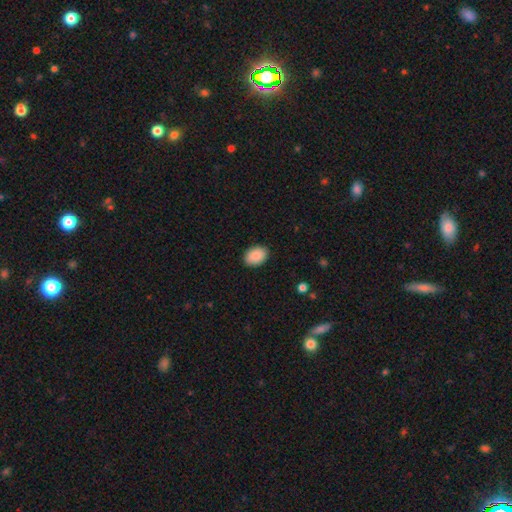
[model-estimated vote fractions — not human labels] Smooth or featured?
  - smooth: 90% *
  - star or artifact: 7%
  - featured or disk: 3%
How rounded?
  - in between: 84% *
  - round: 15%
  - cigar-shaped: 1%
Merging?
  - none: 90% *
  - minor disturbance: 8%
  - major disturbance: 2%
  - merger: 1%